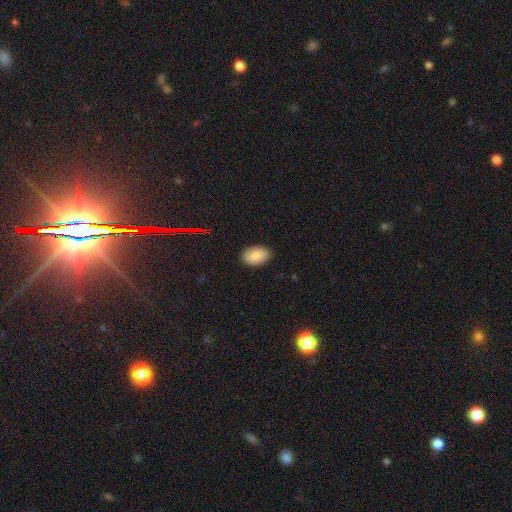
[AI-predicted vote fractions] Smooth or featured?
  - smooth: 86% *
  - star or artifact: 8%
  - featured or disk: 7%
How rounded?
  - in between: 88% *
  - round: 11%
  - cigar-shaped: 1%
Merging?
  - none: 87% *
  - minor disturbance: 10%
  - major disturbance: 2%
  - merger: 1%